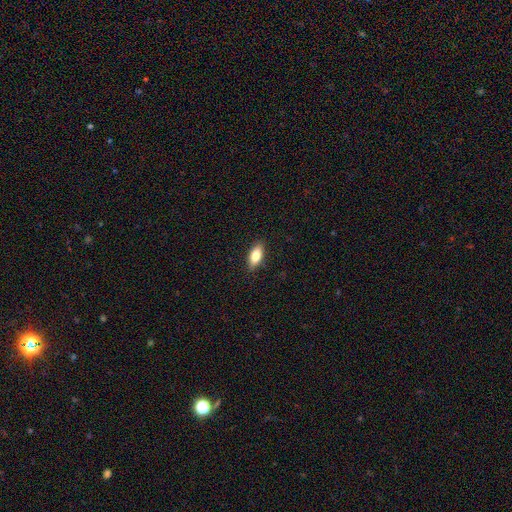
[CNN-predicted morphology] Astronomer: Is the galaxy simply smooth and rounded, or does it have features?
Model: smooth — 77%.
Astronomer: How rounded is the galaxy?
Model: in between — 83%.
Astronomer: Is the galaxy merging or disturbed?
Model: none — 88%.